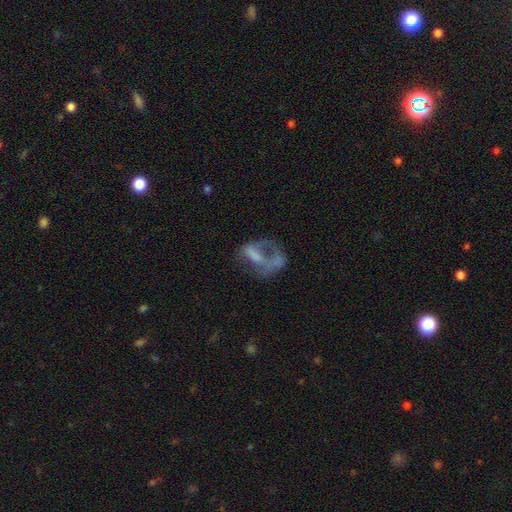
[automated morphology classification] Q: Smooth or featured?
A: featured or disk (49%); runner-up: smooth (38%)
Q: Merging?
A: major disturbance (49%); runner-up: none (24%)